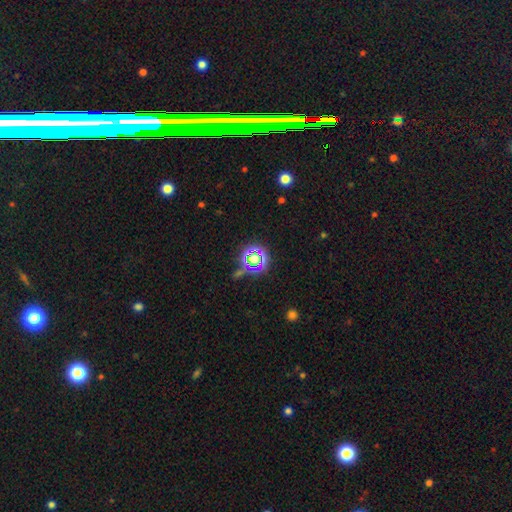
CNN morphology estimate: The model was most divided on "smooth or featured": star or artifact: 68%, smooth: 22%, featured or disk: 10%.